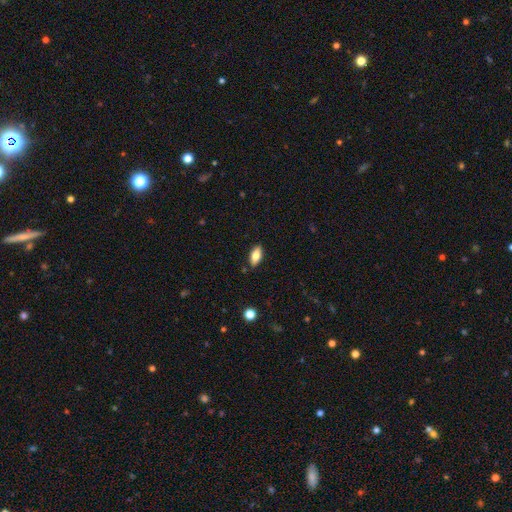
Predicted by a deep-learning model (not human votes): smooth-or-featured: smooth: 77% | featured or disk: 16% | star or artifact: 7%
  how-rounded: in between: 88% | cigar-shaped: 9% | round: 3%
  merging: none: 87% | minor disturbance: 10% | major disturbance: 2% | merger: 1%